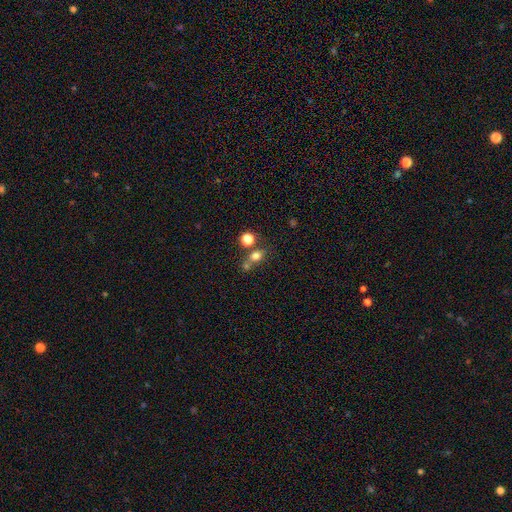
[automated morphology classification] The model was most divided on "how rounded": round: 56%, in between: 42%, cigar-shaped: 2%. More confident: smooth or featured — smooth (74%); merging — none (51%).